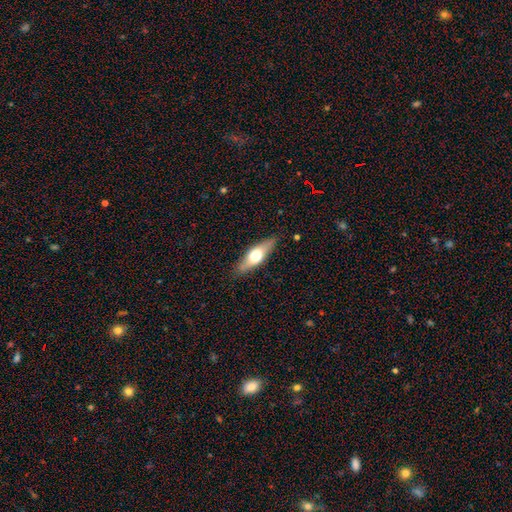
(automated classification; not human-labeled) Q: Smooth or featured?
A: smooth (49%); runner-up: featured or disk (46%)
Q: Merging?
A: none (87%); runner-up: minor disturbance (10%)